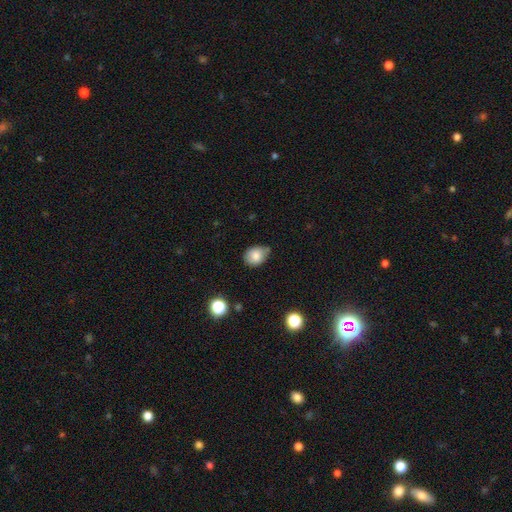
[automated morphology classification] A smooth galaxy with no disk features (80%) that is round (50%).

Vote fractions:
- Smooth or featured? smooth: 80% / featured or disk: 10% / star or artifact: 10%
- How rounded? round: 50% / in between: 49% / cigar-shaped: 1%
- Merging? none: 63% / minor disturbance: 27% / merger: 6% / major disturbance: 4%